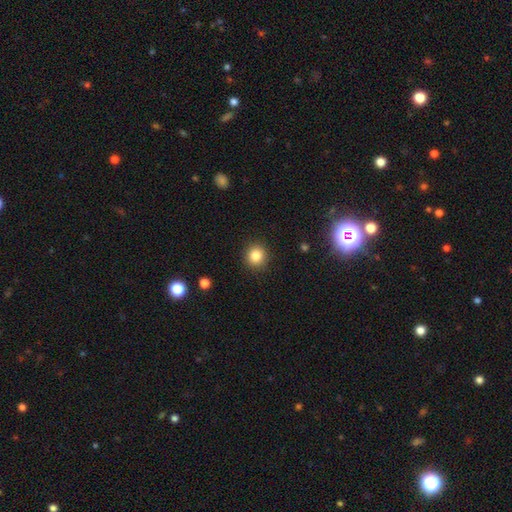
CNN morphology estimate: Smooth or featured? smooth (84%)
How rounded? round (90%)
Merging? none (90%)